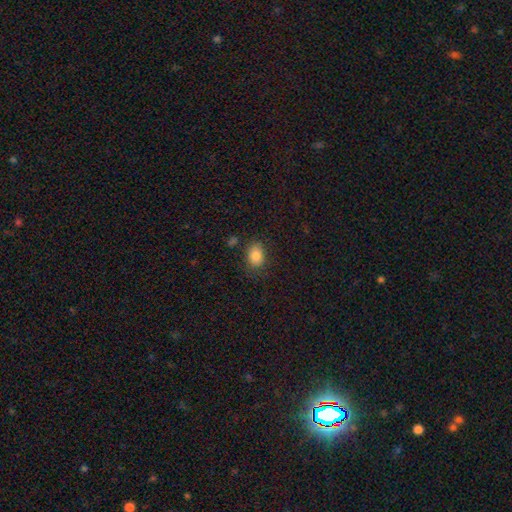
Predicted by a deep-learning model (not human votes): smooth-or-featured: smooth: 85% | star or artifact: 9% | featured or disk: 6%
  how-rounded: in between: 74% | round: 24% | cigar-shaped: 1%
  merging: none: 74% | minor disturbance: 17% | major disturbance: 5% | merger: 3%